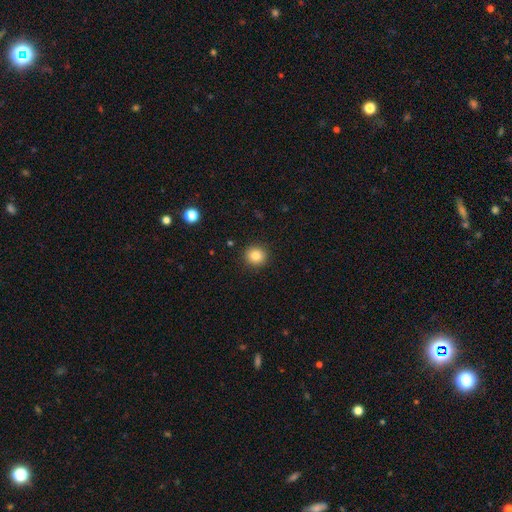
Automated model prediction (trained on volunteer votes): This appears to be a smooth galaxy with no disk features (84%) that is round (91%). Merging: none (92%).